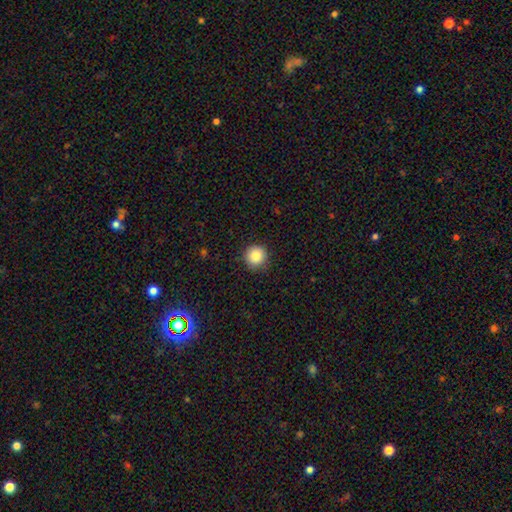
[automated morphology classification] The model was most divided on "smooth or featured": smooth: 86%, star or artifact: 10%, featured or disk: 4%. More confident: how rounded — round (95%); merging — none (90%).